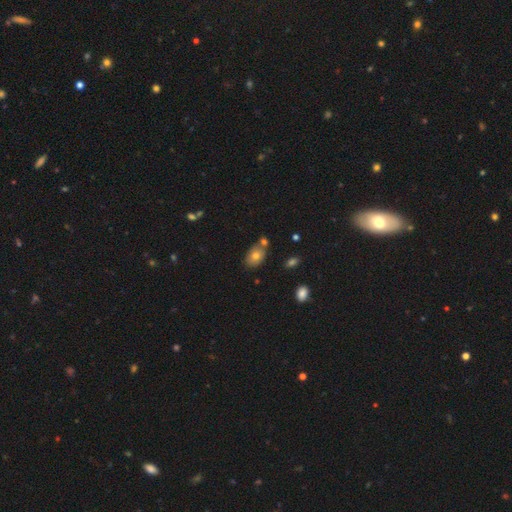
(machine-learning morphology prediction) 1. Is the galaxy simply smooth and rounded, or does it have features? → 75% smooth, 16% featured or disk, 10% star or artifact.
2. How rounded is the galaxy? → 84% in between, 15% round, 1% cigar-shaped.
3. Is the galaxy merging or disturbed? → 62% none, 19% merger, 15% minor disturbance, 3% major disturbance.